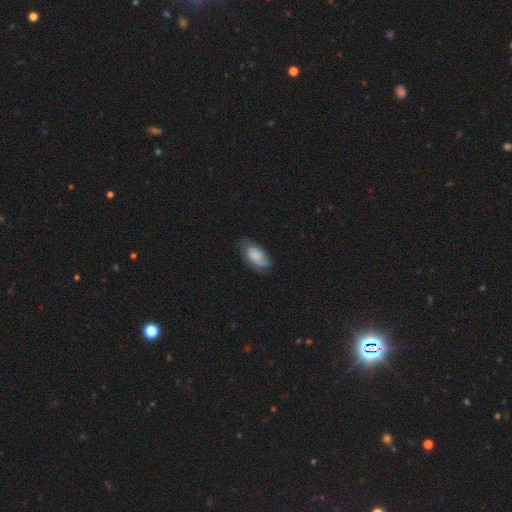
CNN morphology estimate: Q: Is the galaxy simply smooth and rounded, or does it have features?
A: smooth — 71%.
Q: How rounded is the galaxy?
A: in between — 93%.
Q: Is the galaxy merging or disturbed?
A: none — 61%.